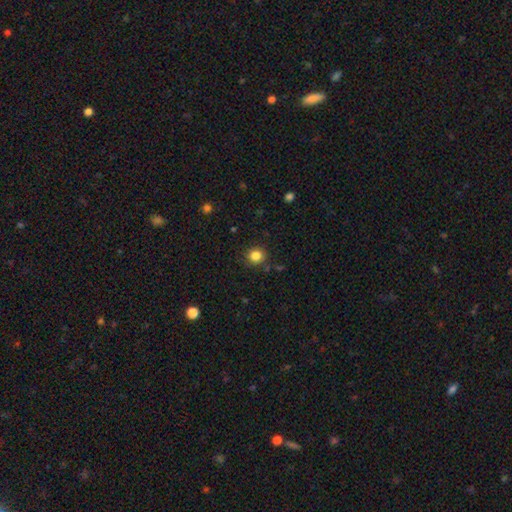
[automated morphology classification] A smooth galaxy with no disk features (84%) that is round (87%).

Vote fractions:
- Smooth or featured? smooth: 84% / star or artifact: 11% / featured or disk: 5%
- How rounded? round: 87% / in between: 12% / cigar-shaped: 1%
- Merging? none: 87% / minor disturbance: 8% / major disturbance: 3% / merger: 2%